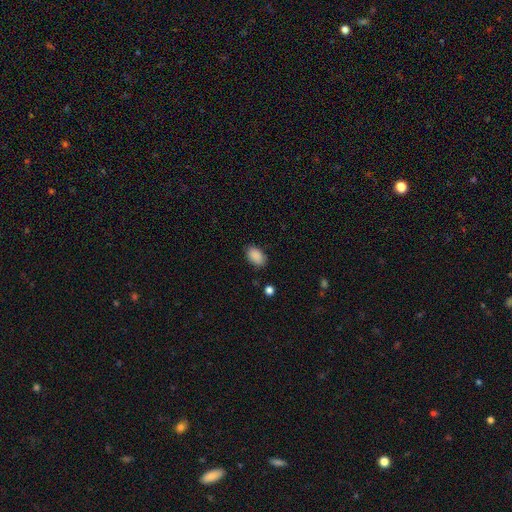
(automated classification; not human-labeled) smooth_or_featured: smooth (p=0.89) [alt: star or artifact p=0.08]
how_rounded: in between (p=0.89) [alt: round p=0.10]
merging: none (p=0.82) [alt: minor disturbance p=0.13]